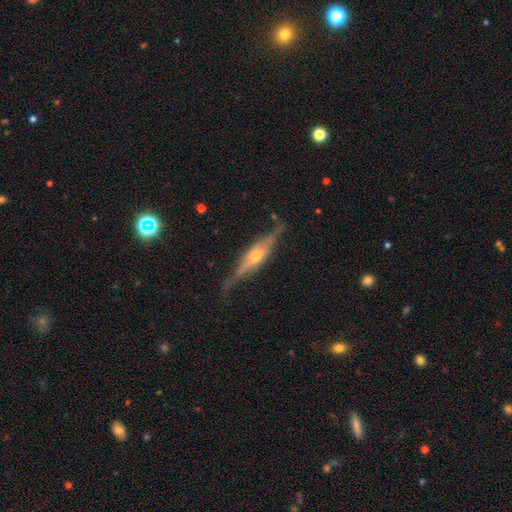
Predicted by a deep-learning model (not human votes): Smooth or featured? featured or disk (77%)
Edge-on disk? yes (94%)
Edge-on bulge? rounded (87%)
Merging? none (77%)